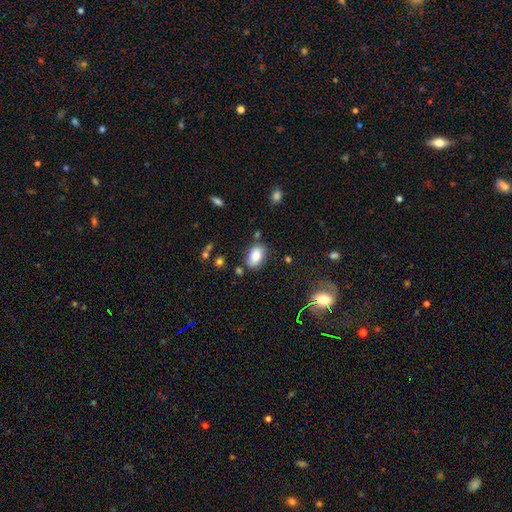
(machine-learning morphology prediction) This is clearly a smooth galaxy (84%). How rounded: clearly in between (90%). Merging: likely none (76%).